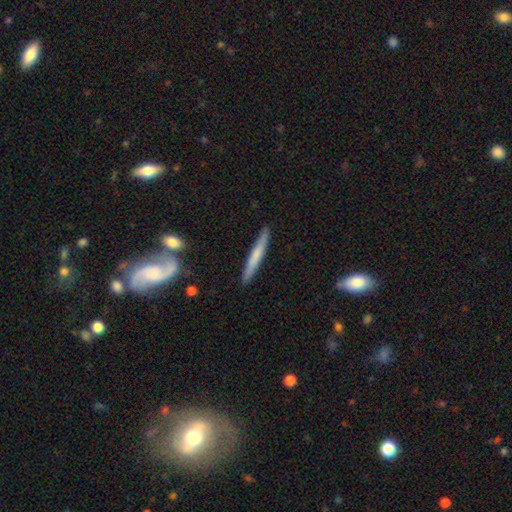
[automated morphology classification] The model was most divided on "smooth or featured": smooth: 59%, featured or disk: 36%, star or artifact: 5%. More confident: how rounded — cigar-shaped (95%); merging — none (89%).